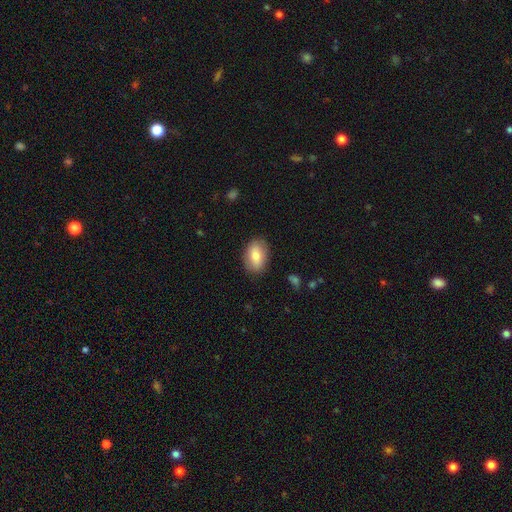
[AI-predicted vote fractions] Overall: smooth (79%). How rounded: in between (87%). Merging: none (85%).